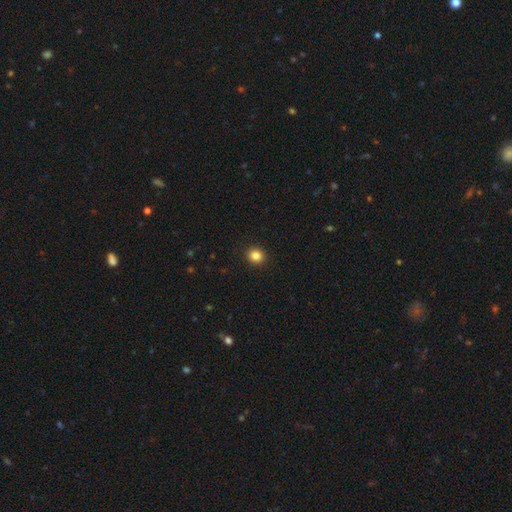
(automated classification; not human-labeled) This is clearly a smooth galaxy (85%). How rounded: clearly round (84%). Merging: clearly none (93%).